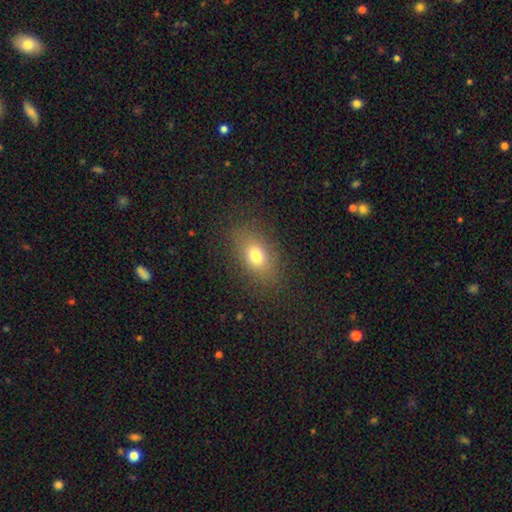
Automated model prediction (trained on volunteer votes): Morphology: type=smooth (74%); roundness=in between (76%); merging=none (81%).